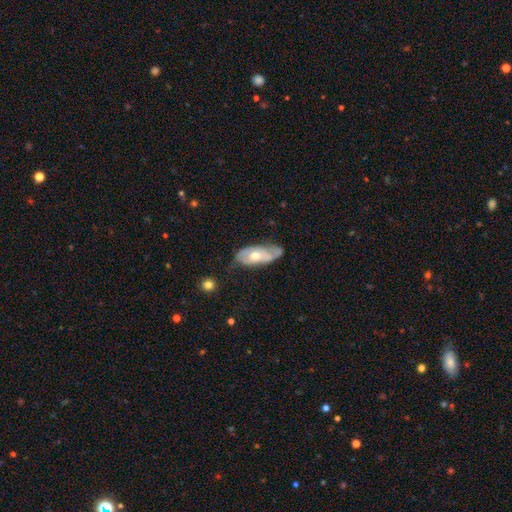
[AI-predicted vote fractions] Q: Smooth or featured?
A: featured or disk (61%); runner-up: smooth (34%)
Q: Edge-on disk?
A: no (82%); runner-up: yes (18%)
Q: Merging?
A: none (54%); runner-up: minor disturbance (32%)